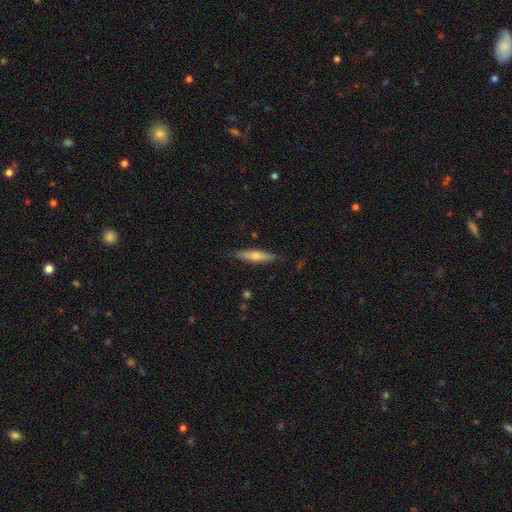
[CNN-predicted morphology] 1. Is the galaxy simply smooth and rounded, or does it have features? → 61% smooth, 33% featured or disk, 6% star or artifact.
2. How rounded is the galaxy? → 79% cigar-shaped, 19% in between, 2% round.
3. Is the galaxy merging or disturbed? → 85% none, 11% minor disturbance, 2% major disturbance, 1% merger.